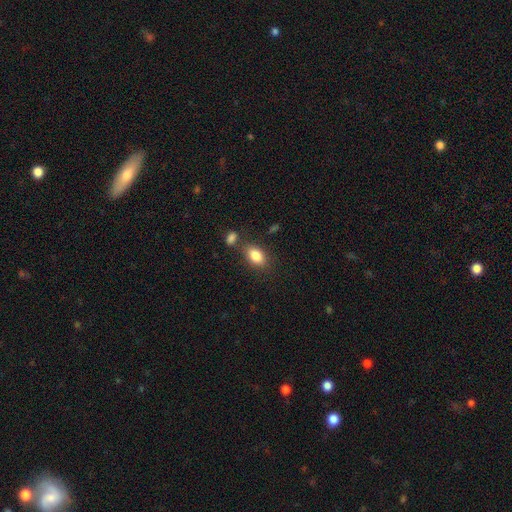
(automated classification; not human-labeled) smooth-or-featured: smooth: 84% | featured or disk: 8% | star or artifact: 8%
  how-rounded: in between: 88% | round: 10% | cigar-shaped: 2%
  merging: none: 71% | minor disturbance: 13% | merger: 12% | major disturbance: 4%